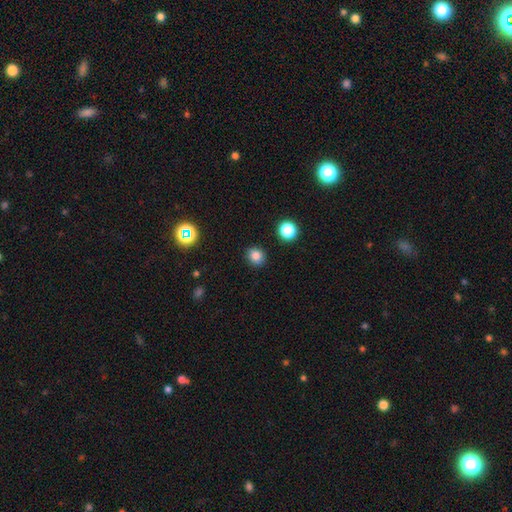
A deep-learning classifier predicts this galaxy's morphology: The model was most divided on "how rounded": round: 79%, in between: 20%, cigar-shaped: 1%. More confident: merging — none (90%); smooth or featured — smooth (82%).